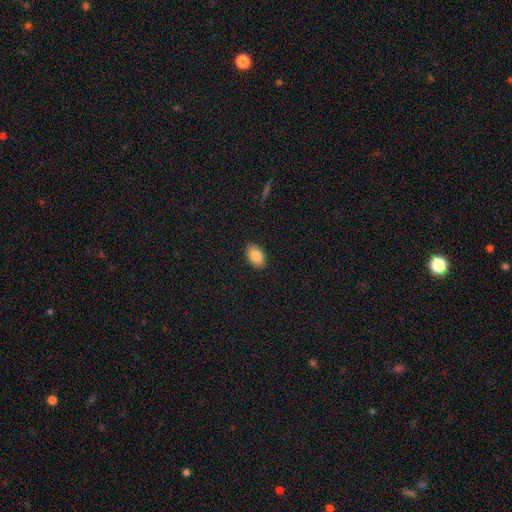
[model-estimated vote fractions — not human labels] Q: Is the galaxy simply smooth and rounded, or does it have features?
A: smooth — 88%.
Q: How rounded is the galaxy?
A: in between — 93%.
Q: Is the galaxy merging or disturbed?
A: none — 90%.